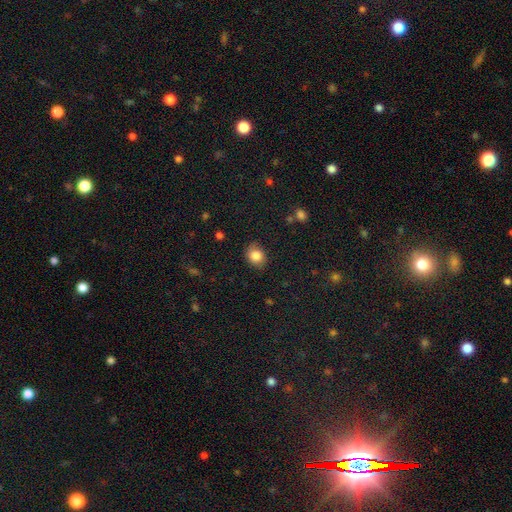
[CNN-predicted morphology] Smooth or featured? smooth (85%)
How rounded? round (57%)
Merging? none (79%)